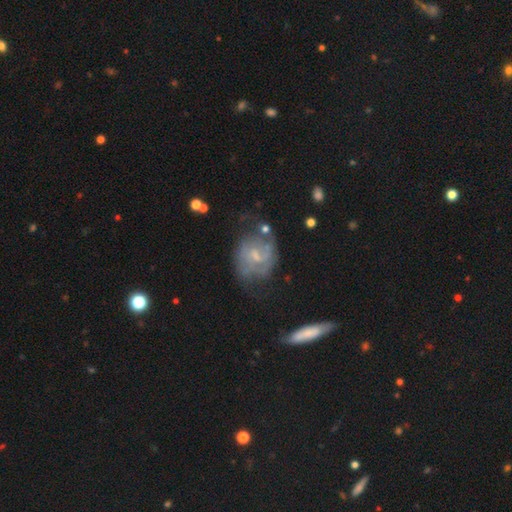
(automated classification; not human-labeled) Smooth or featured? Predicted: featured or disk (p=0.67). Edge-on disk? Predicted: no (p=0.96). Bar? Predicted: weak (p=0.51). Spiral arms? Predicted: yes (p=0.72). Bulge size? Predicted: small (p=0.44). Merging? Predicted: none (p=0.50).